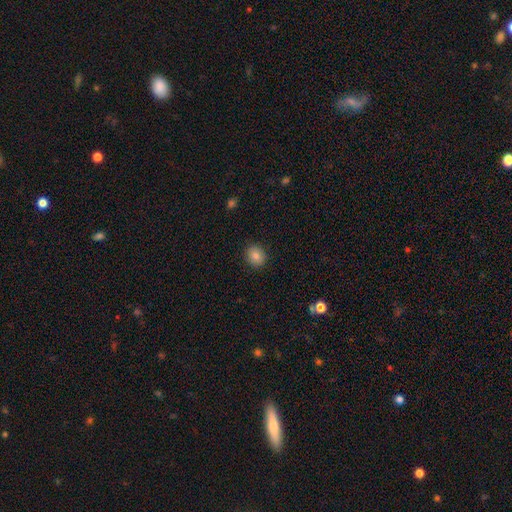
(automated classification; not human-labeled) This appears to be a smooth galaxy with no disk features (83%) that is round (73%). Merging: none (90%).